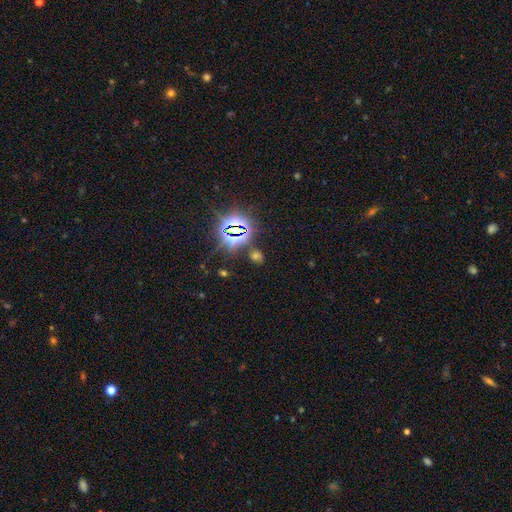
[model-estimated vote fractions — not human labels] smooth-or-featured: star or artifact: 57% | smooth: 37% | featured or disk: 7%